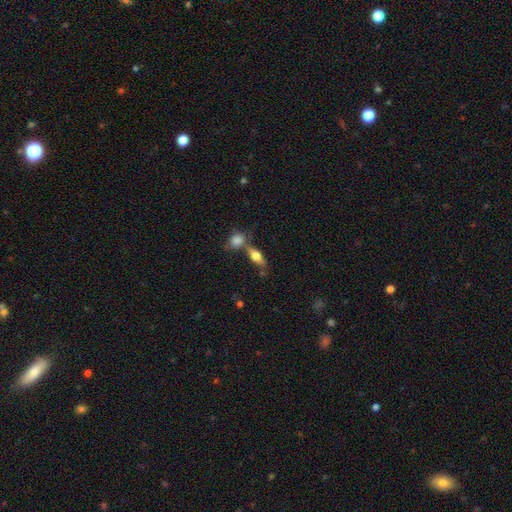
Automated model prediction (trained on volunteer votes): A smooth galaxy with no disk features (53%) that is in between round and cigar-shaped (64%). Merging: none (54%).